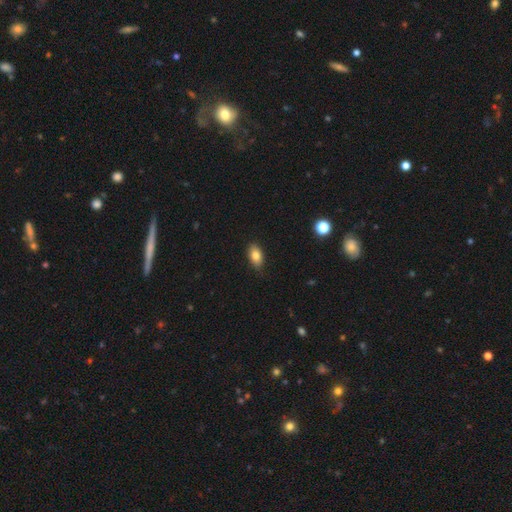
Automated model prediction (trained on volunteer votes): Morphology: type=smooth (82%); roundness=in between (90%); merging=none (84%).